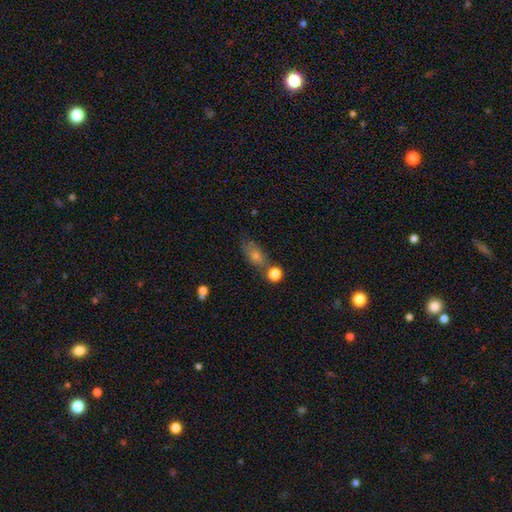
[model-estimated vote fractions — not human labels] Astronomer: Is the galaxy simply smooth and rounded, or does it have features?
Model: smooth — 66%.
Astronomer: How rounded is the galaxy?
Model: in between — 70%.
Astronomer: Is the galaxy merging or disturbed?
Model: none — 63%.